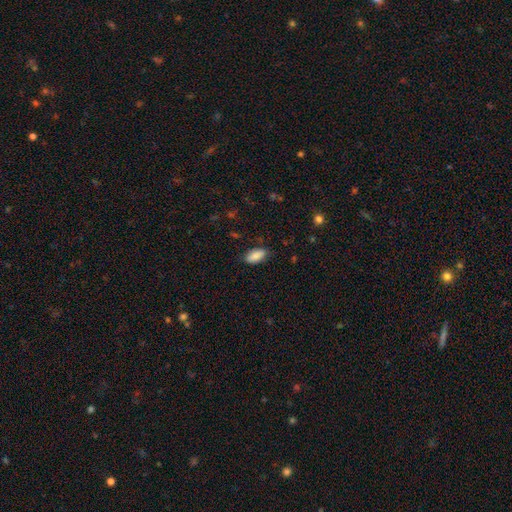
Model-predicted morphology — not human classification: This is clearly a smooth galaxy (87%). How rounded: clearly in between (89%). Merging: clearly none (83%).